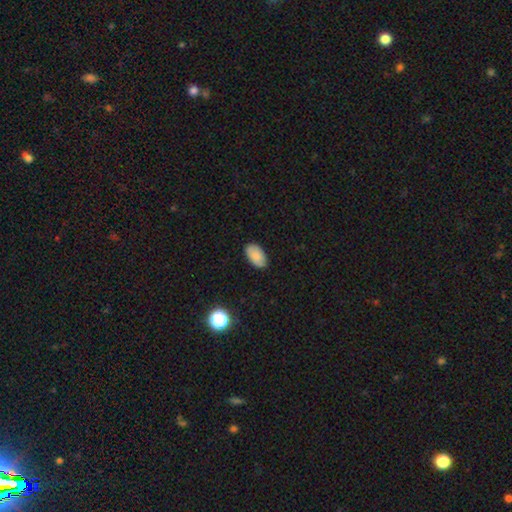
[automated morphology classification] Smooth or featured? Predicted: smooth (p=0.85). How rounded? Predicted: in between (p=0.94). Merging? Predicted: none (p=0.85).